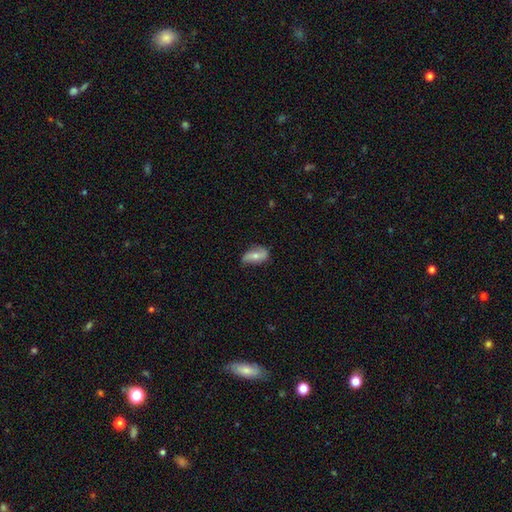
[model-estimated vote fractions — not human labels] smooth 51%, featured or disk 42%, star or artifact 7%. Down the decision tree: how rounded — in between (85%); merging — none (67%).